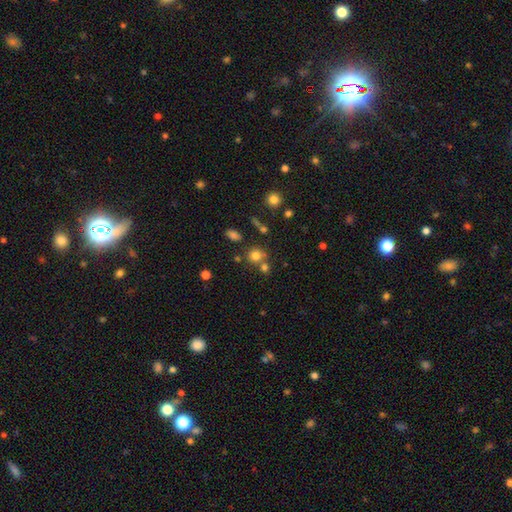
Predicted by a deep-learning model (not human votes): Morphology: type=smooth (75%); roundness=round (84%); merging=none (61%).